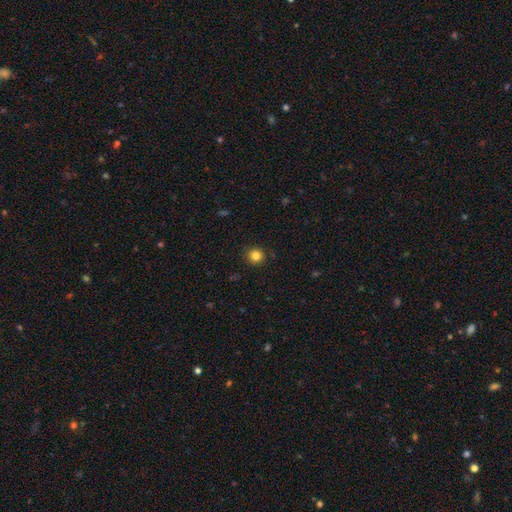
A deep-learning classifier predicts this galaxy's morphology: Smooth or featured? smooth (83%)
How rounded? round (94%)
Merging? none (91%)